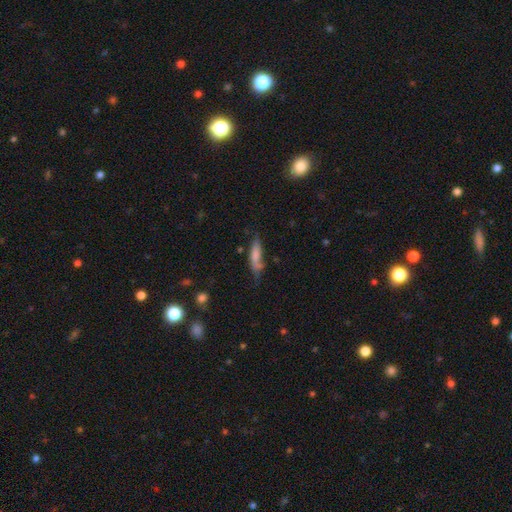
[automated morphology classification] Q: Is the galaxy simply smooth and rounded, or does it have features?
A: smooth — 70%.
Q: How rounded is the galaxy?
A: cigar-shaped — 68%.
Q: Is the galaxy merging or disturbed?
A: none — 51%.